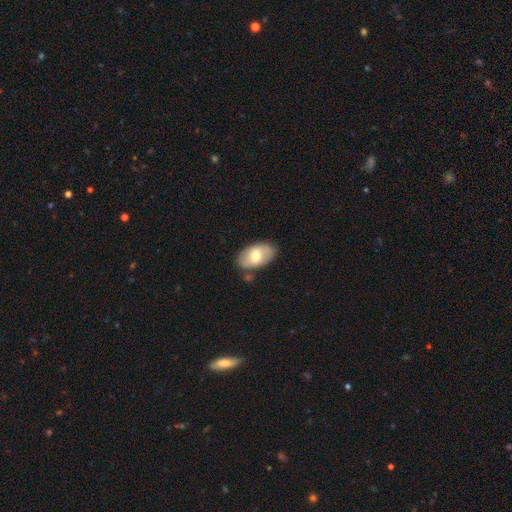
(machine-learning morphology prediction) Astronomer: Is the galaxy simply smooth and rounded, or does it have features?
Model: smooth — 63%.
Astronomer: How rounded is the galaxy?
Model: in between — 92%.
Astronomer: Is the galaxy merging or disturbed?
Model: none — 75%.